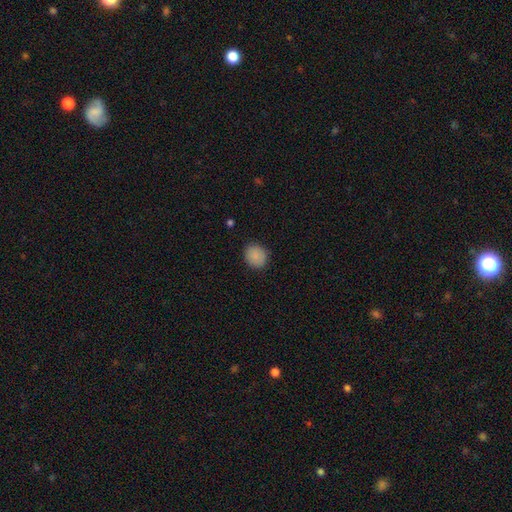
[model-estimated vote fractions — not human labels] A smooth galaxy with no disk features (87%) that is round (75%).

Vote fractions:
- Smooth or featured? smooth: 87% / star or artifact: 9% / featured or disk: 5%
- How rounded? round: 75% / in between: 24% / cigar-shaped: 1%
- Merging? none: 87% / minor disturbance: 9% / major disturbance: 2% / merger: 1%